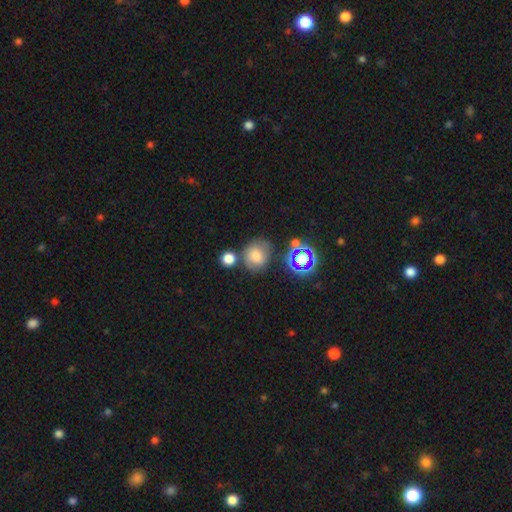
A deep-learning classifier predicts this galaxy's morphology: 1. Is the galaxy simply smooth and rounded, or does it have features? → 66% smooth, 18% star or artifact, 16% featured or disk.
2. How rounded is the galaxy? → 71% round, 28% in between, 1% cigar-shaped.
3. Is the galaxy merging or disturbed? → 61% none, 18% minor disturbance, 13% merger, 7% major disturbance.